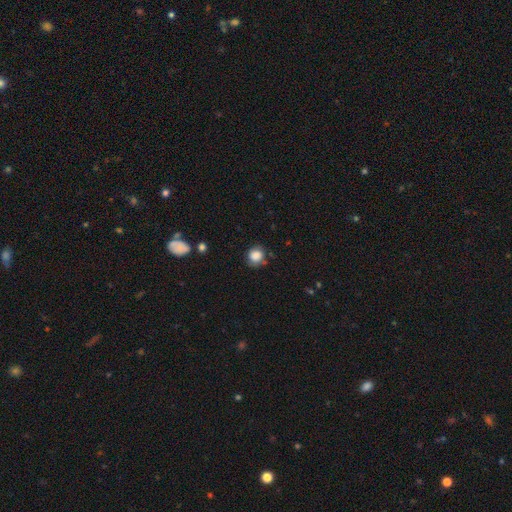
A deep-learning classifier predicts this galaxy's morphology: Smooth or featured? Predicted: smooth (p=0.83). How rounded? Predicted: round (p=0.80). Merging? Predicted: none (p=0.70).